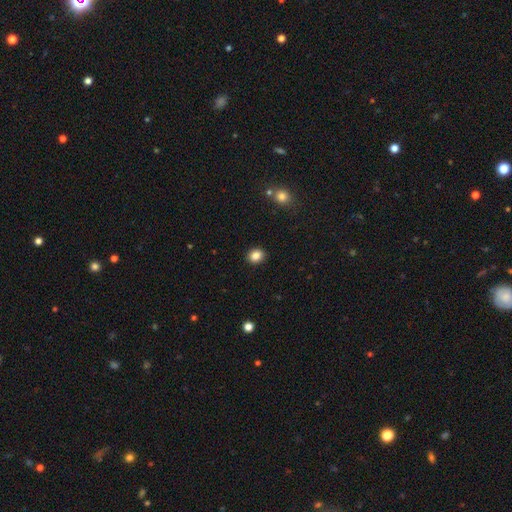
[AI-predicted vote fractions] The model was most divided on "how rounded": round: 72%, in between: 27%, cigar-shaped: 1%. More confident: merging — none (91%); smooth or featured — smooth (85%).